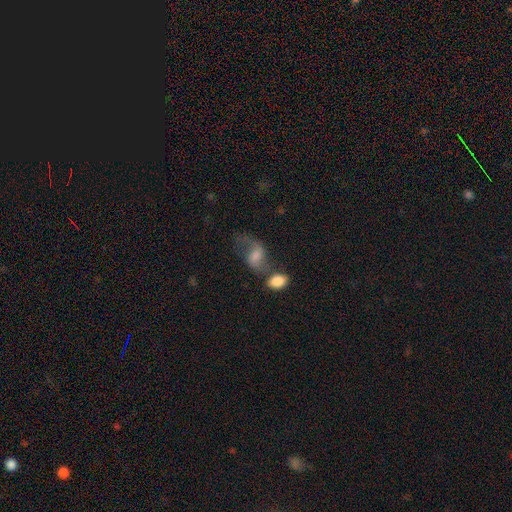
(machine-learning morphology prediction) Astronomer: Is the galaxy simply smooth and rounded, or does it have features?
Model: featured or disk — 53% (runner-up: smooth, 36%).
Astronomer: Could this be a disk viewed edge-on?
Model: no — 96%.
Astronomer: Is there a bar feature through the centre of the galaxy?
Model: weak — 44% (runner-up: no, 42%).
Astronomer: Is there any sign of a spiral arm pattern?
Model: yes — 84%.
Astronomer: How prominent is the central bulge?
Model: moderate — 37% (runner-up: small, 25%).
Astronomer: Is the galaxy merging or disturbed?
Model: none — 33% (runner-up: merger, 29%).